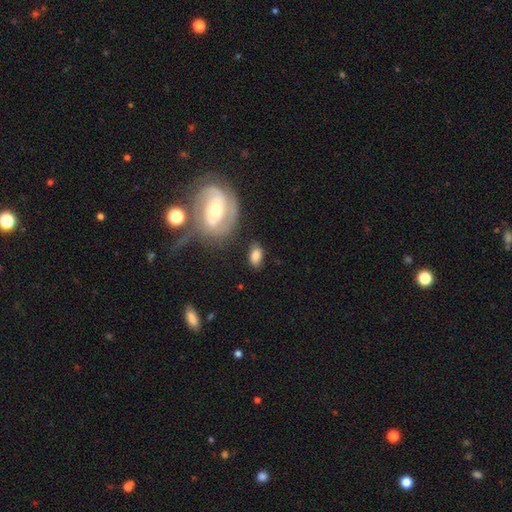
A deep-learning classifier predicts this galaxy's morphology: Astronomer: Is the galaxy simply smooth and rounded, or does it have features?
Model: smooth — 76%.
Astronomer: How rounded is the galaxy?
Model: in between — 88%.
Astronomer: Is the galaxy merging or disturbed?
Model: none — 74%.